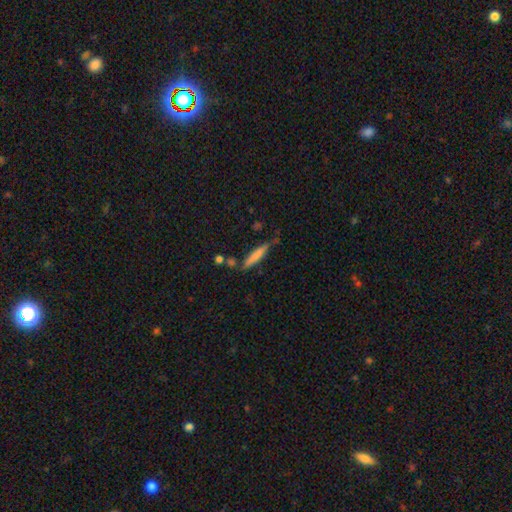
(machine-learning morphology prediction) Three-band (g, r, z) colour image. It shows a smooth galaxy with no disk features (68%) that is cigar-shaped (91%). Merging: none (67%).